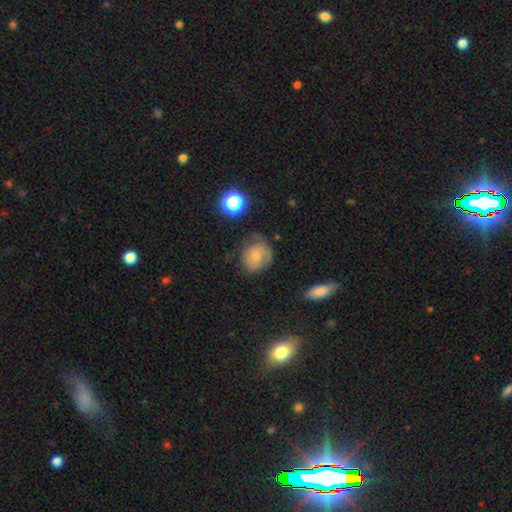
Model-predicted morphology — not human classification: Overall: smooth (55%; featured or disk 34%). How rounded: round (70%). Merging: none (51%; minor disturbance 30%).